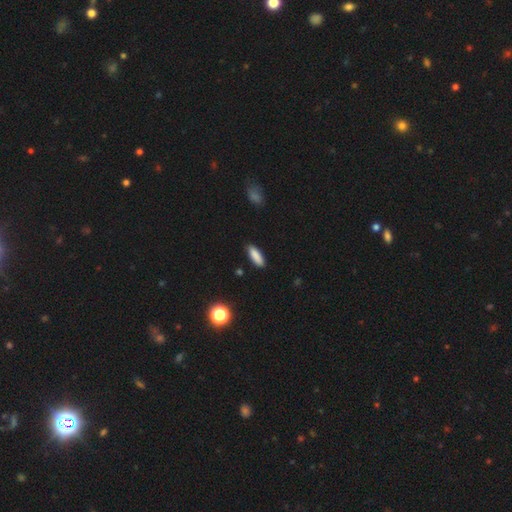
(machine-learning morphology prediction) Smooth or featured? Predicted: smooth (p=0.86). How rounded? Predicted: in between (p=0.49, tied with cigar-shaped). Merging? Predicted: none (p=0.87).